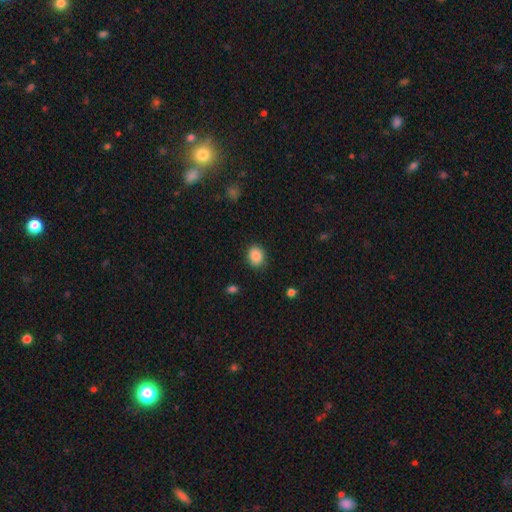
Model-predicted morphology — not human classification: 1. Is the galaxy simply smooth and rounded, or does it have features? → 87% smooth, 8% star or artifact, 4% featured or disk.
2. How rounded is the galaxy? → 53% in between, 46% round, 1% cigar-shaped.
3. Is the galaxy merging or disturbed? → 84% none, 12% minor disturbance, 3% major disturbance, 1% merger.